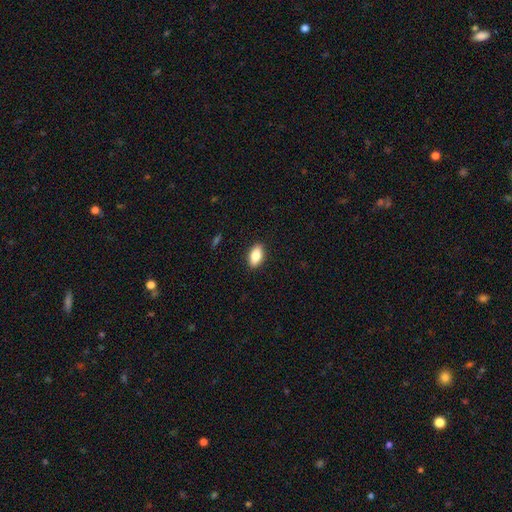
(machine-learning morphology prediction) This is clearly a smooth galaxy (83%). How rounded: clearly in between (89%). Merging: clearly none (89%).